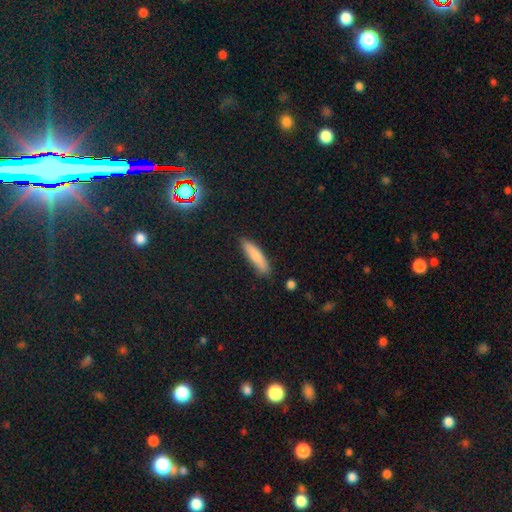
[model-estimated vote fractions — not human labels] Smooth or featured? Predicted: smooth (p=0.82). How rounded? Predicted: cigar-shaped (p=0.74). Merging? Predicted: none (p=0.83).